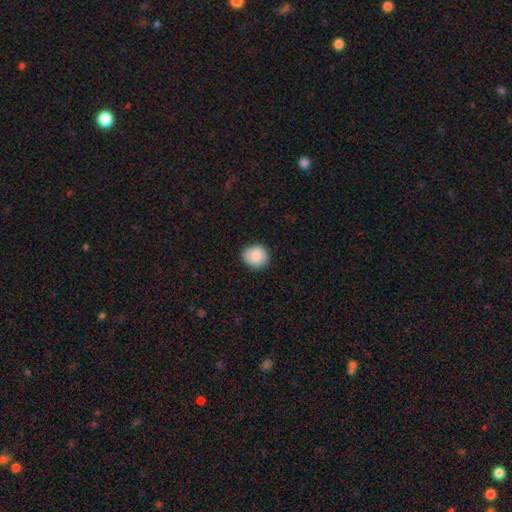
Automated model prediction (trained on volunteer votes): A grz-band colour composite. It shows a smooth galaxy with no disk features (85%) that is round (83%). Merging: none (85%).